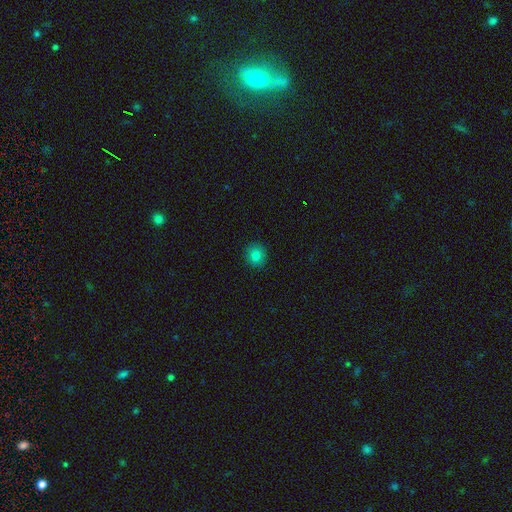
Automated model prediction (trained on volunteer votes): smooth 81%, star or artifact 12%, featured or disk 7%. Down the decision tree: how rounded — round (86%); merging — none (91%).